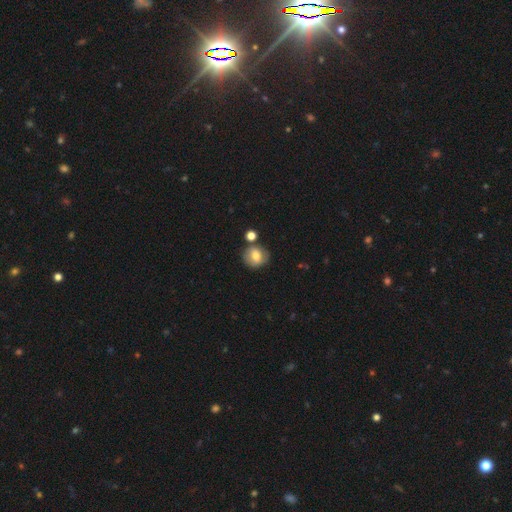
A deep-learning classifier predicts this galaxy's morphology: smooth-or-featured: smooth: 72% | featured or disk: 19% | star or artifact: 9%
  how-rounded: round: 83% | in between: 16% | cigar-shaped: 1%
  merging: none: 69% | minor disturbance: 14% | merger: 13% | major disturbance: 4%